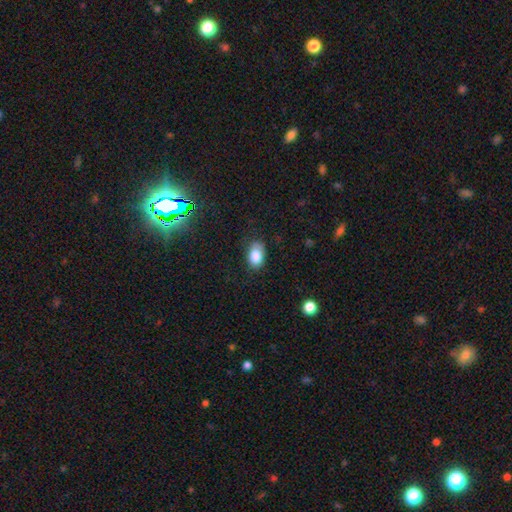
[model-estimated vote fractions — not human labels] Overall: smooth (85%). How rounded: in between (89%). Merging: none (78%).